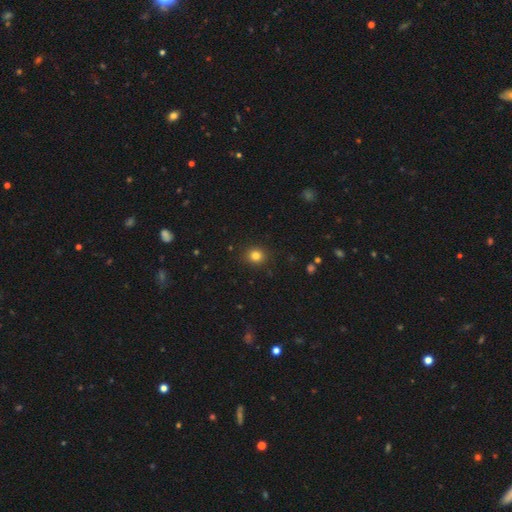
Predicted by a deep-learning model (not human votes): Overall: smooth (82%). How rounded: round (83%). Merging: none (90%).